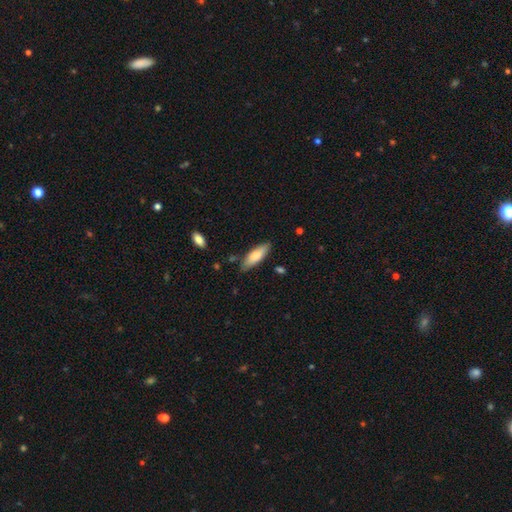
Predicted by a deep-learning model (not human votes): Overall: smooth (77%). How rounded: in between (57%; cigar-shaped 42%). Merging: none (82%).